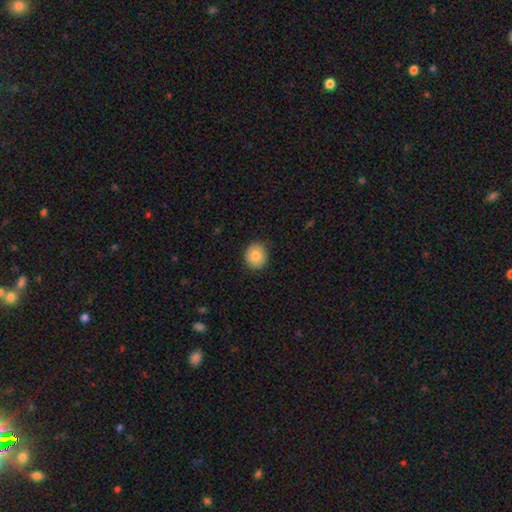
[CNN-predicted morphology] Q: Smooth or featured?
A: smooth (84%); runner-up: star or artifact (8%)
Q: How rounded?
A: round (78%); runner-up: in between (21%)
Q: Merging?
A: none (88%); runner-up: minor disturbance (9%)